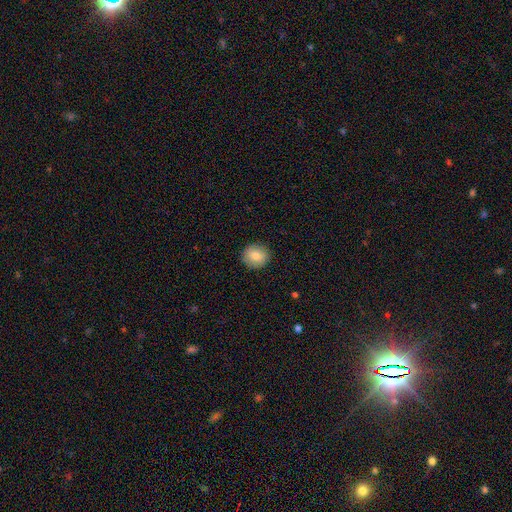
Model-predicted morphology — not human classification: smooth_or_featured: smooth (p=0.80) [alt: featured or disk p=0.12]
how_rounded: round (p=0.89) [alt: in between p=0.10]
merging: none (p=0.91) [alt: minor disturbance p=0.06]